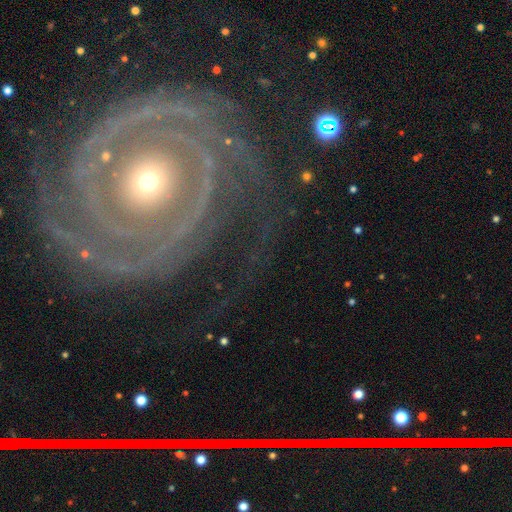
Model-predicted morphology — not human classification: Smooth or featured? featured or disk (88%)
Edge-on disk? no (97%)
Bar? no (80%)
Spiral arms? yes (96%)
Spiral winding? tight (80%)
Spiral arm count? 2 (50%)
Bulge size? small (55%)
Merging? none (74%)